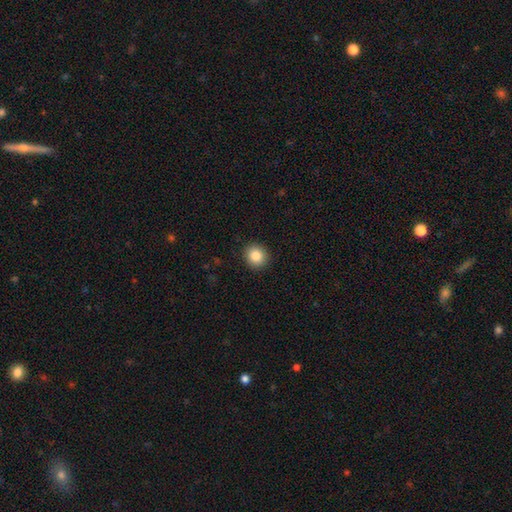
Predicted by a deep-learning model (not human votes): Smooth or featured: smooth — 86% (star or artifact — 9%)
How rounded: round — 87% (in between — 12%)
Merging: none — 92% (minor disturbance — 6%)